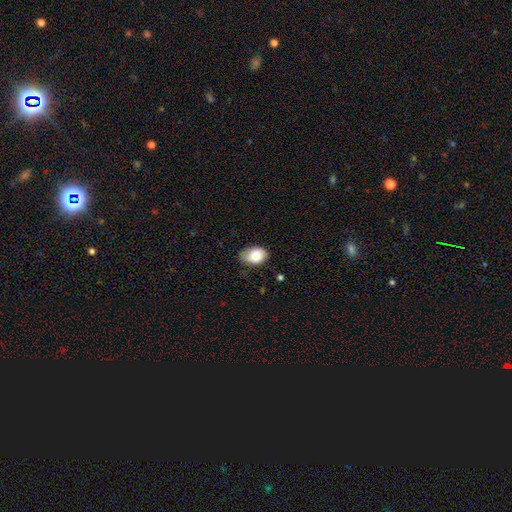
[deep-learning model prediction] Smooth or featured: smooth — 88% (star or artifact — 7%)
How rounded: in between — 82% (round — 17%)
Merging: none — 64% (minor disturbance — 29%)